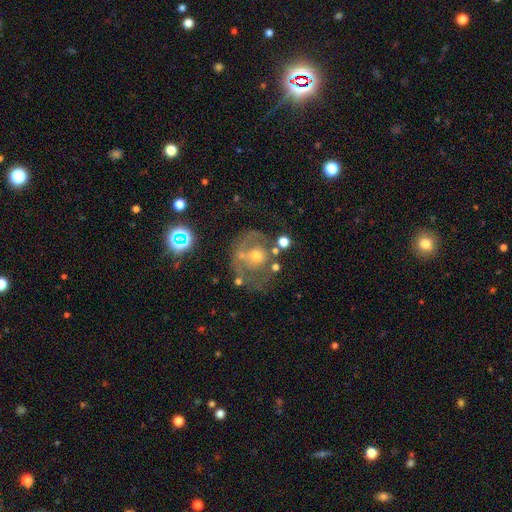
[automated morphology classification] Q: Smooth or featured?
A: featured or disk (61%); runner-up: smooth (27%)
Q: Edge-on disk?
A: no (97%); runner-up: yes (3%)
Q: Bar?
A: no (83%); runner-up: weak (13%)
Q: Spiral arms?
A: no (55%); runner-up: yes (45%)
Q: Bulge size?
A: moderate (48%); runner-up: small (45%)
Q: Merging?
A: none (47%); runner-up: major disturbance (25%)